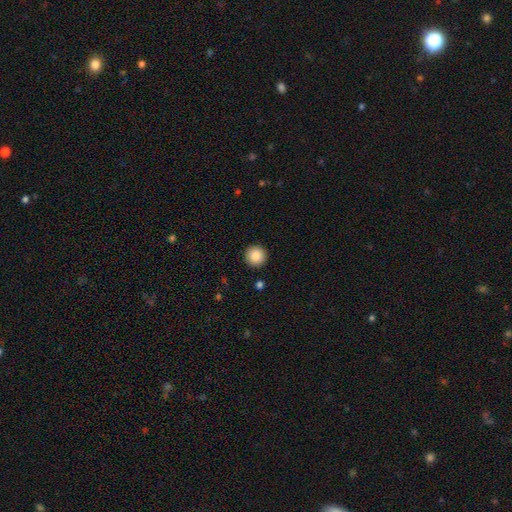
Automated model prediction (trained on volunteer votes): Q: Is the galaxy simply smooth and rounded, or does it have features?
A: smooth — 87%.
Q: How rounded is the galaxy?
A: round — 96%.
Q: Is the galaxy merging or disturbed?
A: none — 93%.